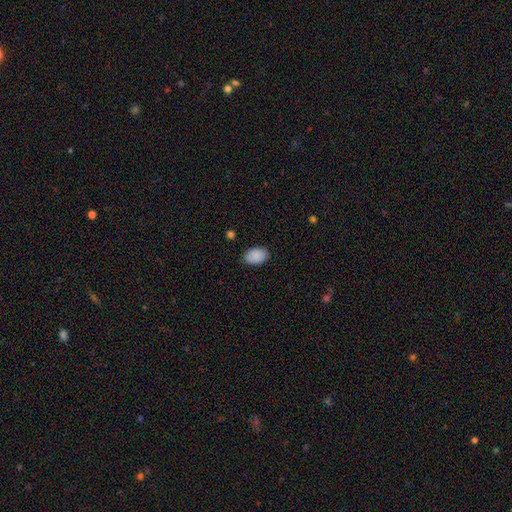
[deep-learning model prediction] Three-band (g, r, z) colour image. It shows a smooth galaxy with no disk features (89%) that is in between round and cigar-shaped (87%). Merging: none (85%).